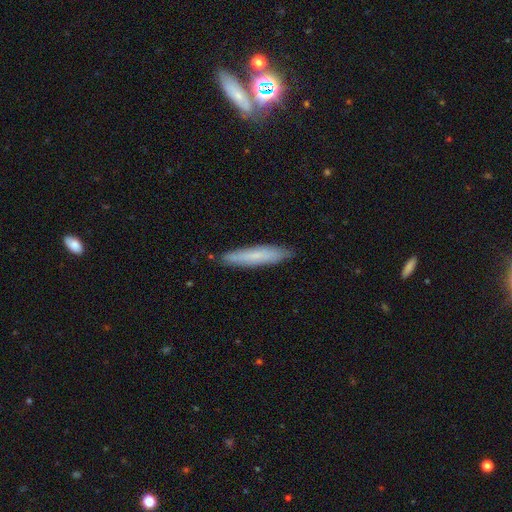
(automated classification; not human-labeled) Smooth or featured? Predicted: smooth (p=0.63). How rounded? Predicted: cigar-shaped (p=0.90). Merging? Predicted: none (p=0.87).